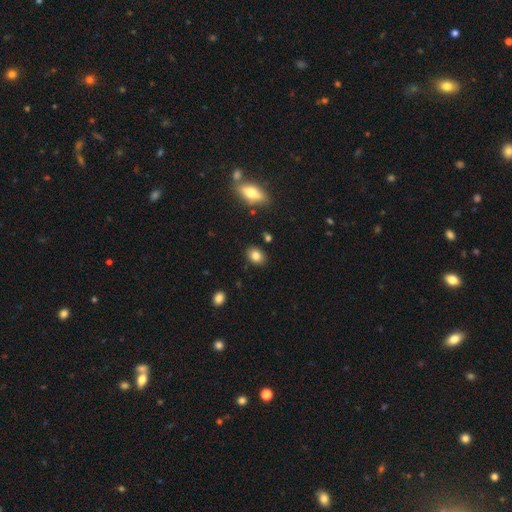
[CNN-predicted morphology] Smooth or featured? smooth (83%)
How rounded? in between (68%)
Merging? none (86%)